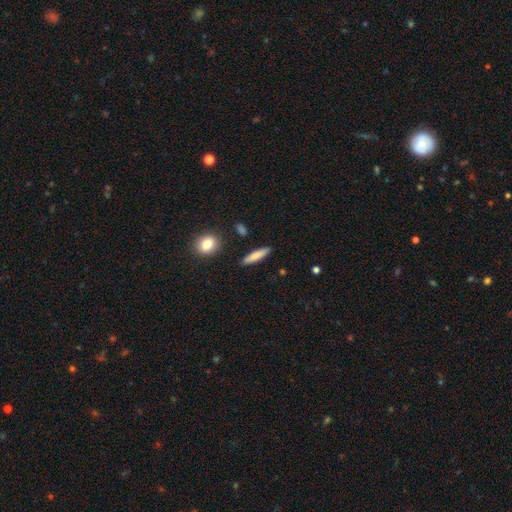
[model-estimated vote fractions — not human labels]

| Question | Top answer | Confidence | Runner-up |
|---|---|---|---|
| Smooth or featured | smooth | 80% | featured or disk (14%) |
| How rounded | cigar-shaped | 79% | in between (19%) |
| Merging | none | 88% | minor disturbance (8%) |